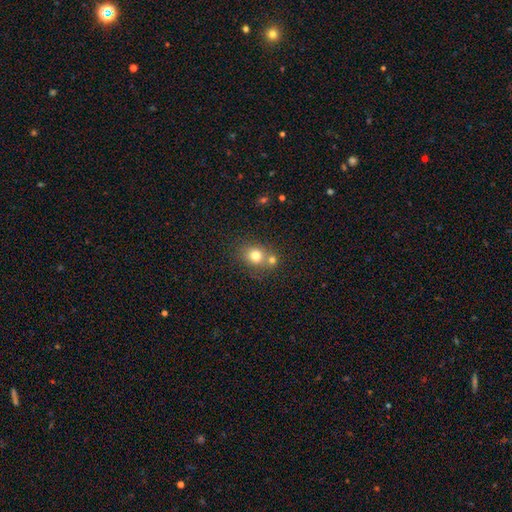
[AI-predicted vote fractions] This is likely a smooth galaxy (76%). How rounded: likely round (71%). Merging: possibly none (54%).